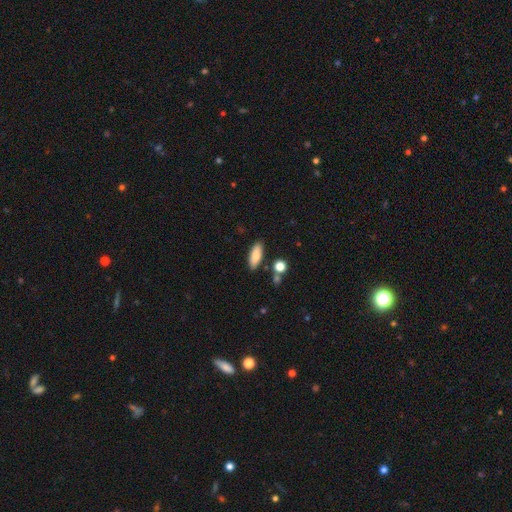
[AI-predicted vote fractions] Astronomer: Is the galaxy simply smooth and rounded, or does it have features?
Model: smooth — 82%.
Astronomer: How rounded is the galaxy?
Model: in between — 68%.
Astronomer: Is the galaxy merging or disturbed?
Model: none — 84%.